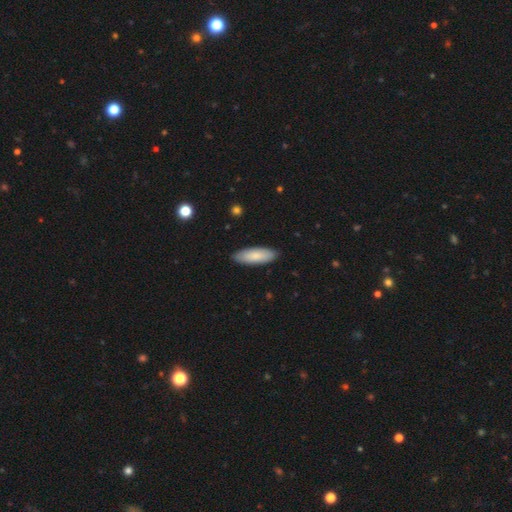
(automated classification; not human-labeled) Smooth or featured?
  - smooth: 84% *
  - featured or disk: 11%
  - star or artifact: 5%
How rounded?
  - in between: 58% *
  - cigar-shaped: 41%
  - round: 1%
Merging?
  - none: 89% *
  - minor disturbance: 9%
  - major disturbance: 2%
  - merger: 1%